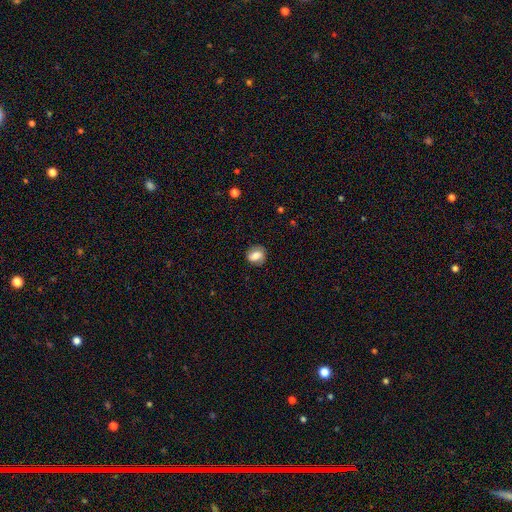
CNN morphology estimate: Overall: smooth (65%; featured or disk 26%). How rounded: round (58%; in between 41%). Merging: none (78%).